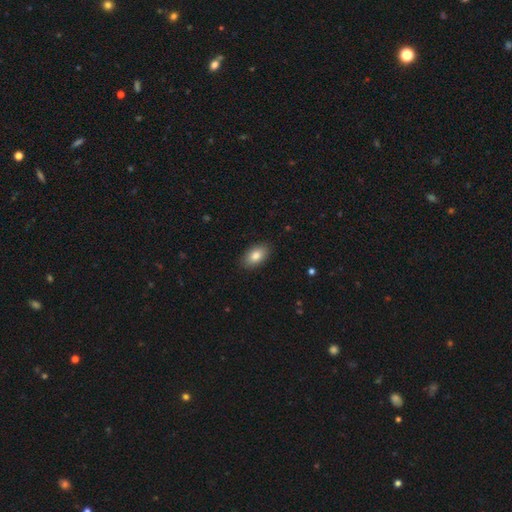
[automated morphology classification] Q: Smooth or featured?
A: smooth (84%); runner-up: featured or disk (9%)
Q: How rounded?
A: in between (92%); runner-up: round (6%)
Q: Merging?
A: none (89%); runner-up: minor disturbance (9%)